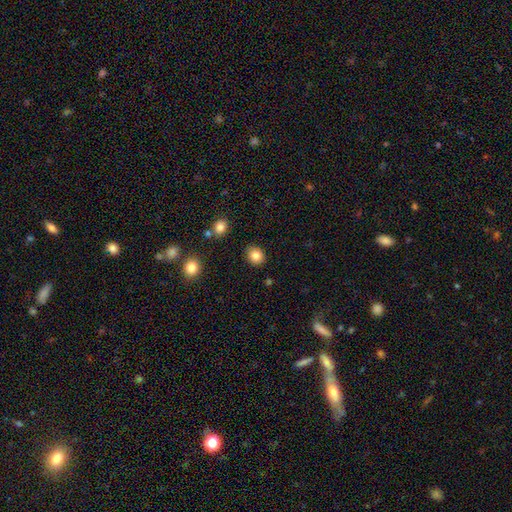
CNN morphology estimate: Smooth or featured? smooth (85%)
How rounded? round (63%)
Merging? none (87%)